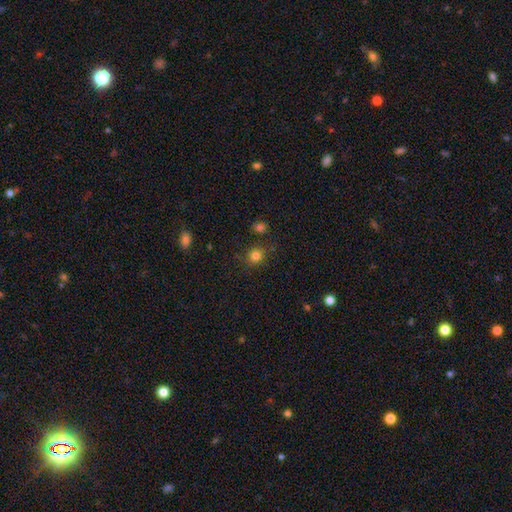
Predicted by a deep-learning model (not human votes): Smooth or featured? smooth (81%)
How rounded? round (87%)
Merging? none (81%)